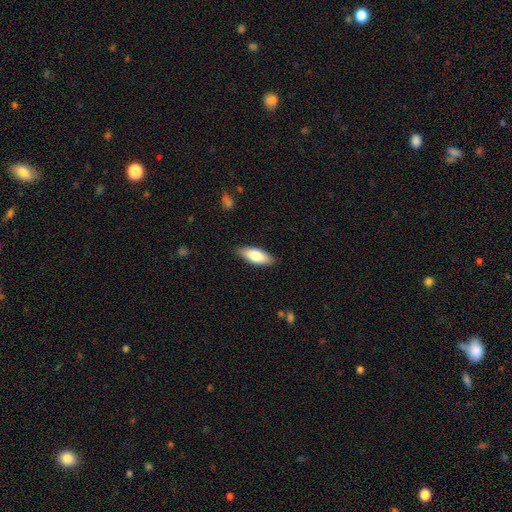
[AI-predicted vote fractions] This is likely a smooth galaxy (80%). How rounded: likely in between (75%). Merging: clearly none (87%).